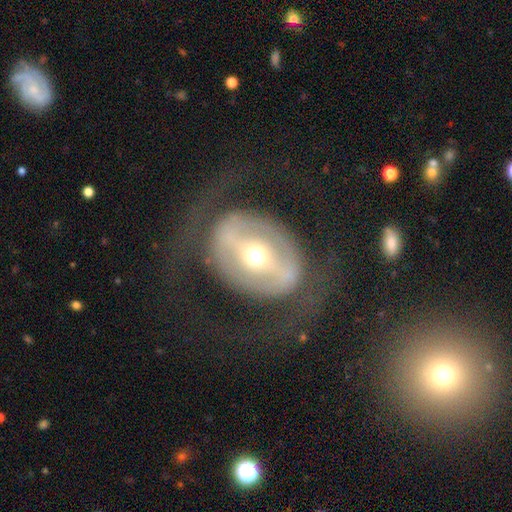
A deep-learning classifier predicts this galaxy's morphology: The model was most divided on "spiral arms": no: 62%, yes: 38%. More confident: edge-on disk — no (93%); smooth or featured — featured or disk (72%); merging — none (67%); bulge size — moderate (60%); bar — strong (52%).